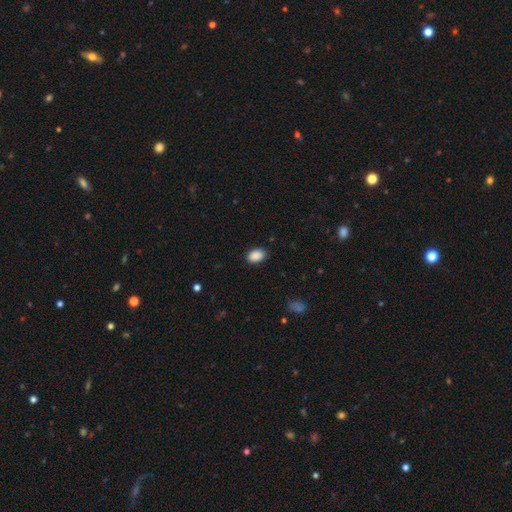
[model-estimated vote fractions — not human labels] smooth 90%, star or artifact 8%, featured or disk 3%. Down the decision tree: how rounded — in between (84%); merging — none (86%).